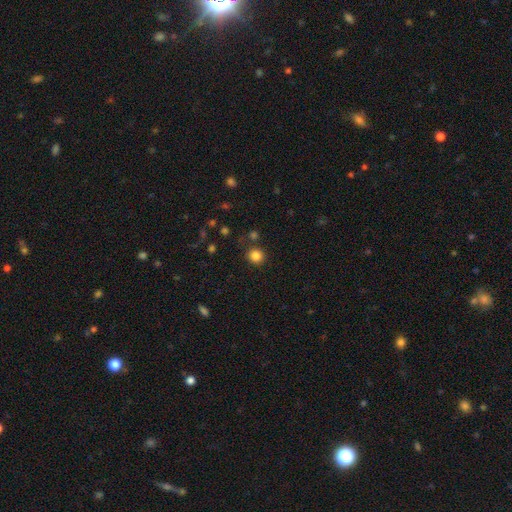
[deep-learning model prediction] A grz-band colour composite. It shows a smooth galaxy with no disk features (84%) that is round (90%). Merging: none (83%).